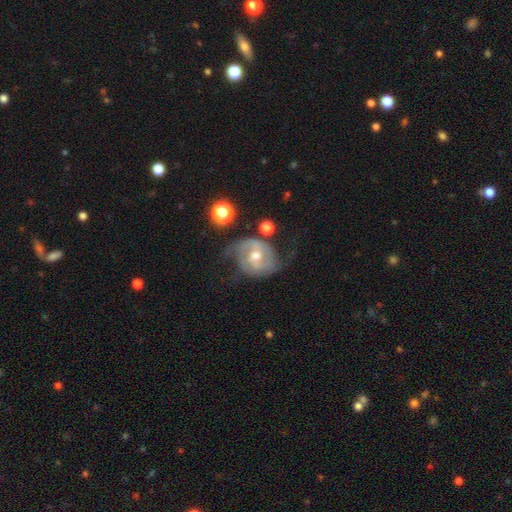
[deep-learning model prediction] A featured or disk galaxy (78%) with a weak bar (47%), 2 (72%) medium (44%) spiral arms (88%) and a moderate central bulge (71%).

Vote fractions:
- Smooth or featured? featured or disk: 78% / smooth: 15% / star or artifact: 7%
- Edge-on disk? no: 97% / yes: 3%
- Bar? weak: 47% / no: 38% / strong: 15%
- Spiral arms? yes: 88% / no: 12%
- Spiral winding? medium: 44% / tight: 31% / loose: 25%
- Spiral arm count? 2: 72% / can't tell: 15% / 1: 5% / 3: 5% / 4: 2% / more than 4: 1%
- Bulge size? moderate: 71% / small: 23% / large: 4% / none: 1% / dominant: 1%
- Merging? none: 51% / minor disturbance: 26% / major disturbance: 19% / merger: 4%